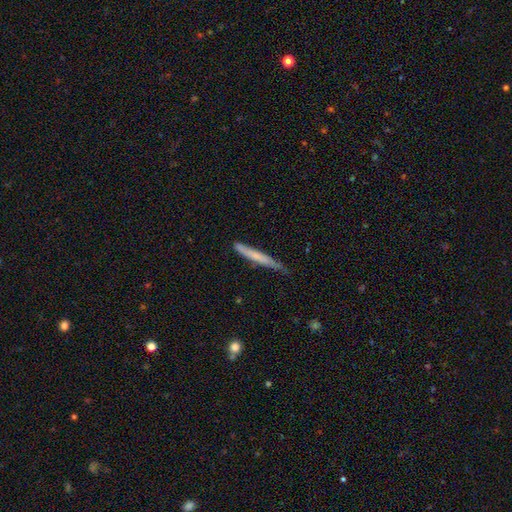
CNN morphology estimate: Smooth or featured?
  - smooth: 60% *
  - featured or disk: 34%
  - star or artifact: 6%
How rounded?
  - cigar-shaped: 96% *
  - in between: 3%
  - round: 1%
Merging?
  - none: 71% *
  - minor disturbance: 24%
  - major disturbance: 3%
  - merger: 2%